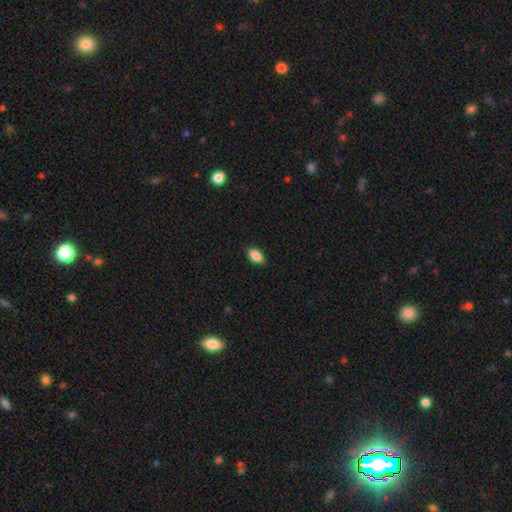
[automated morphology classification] Smooth or featured? smooth (88%)
How rounded? in between (92%)
Merging? none (87%)